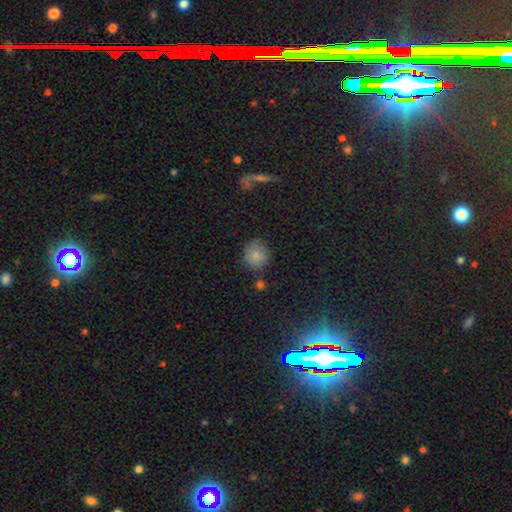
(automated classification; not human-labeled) The model was most divided on "merging": none: 73%, minor disturbance: 17%, merger: 5%, major disturbance: 5%. More confident: how rounded — round (89%); smooth or featured — smooth (82%).